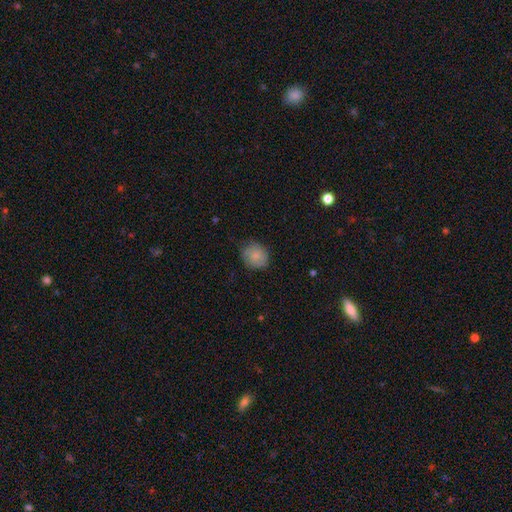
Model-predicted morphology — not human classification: A smooth galaxy with no disk features (77%) that is round (79%). Merging: none (75%).